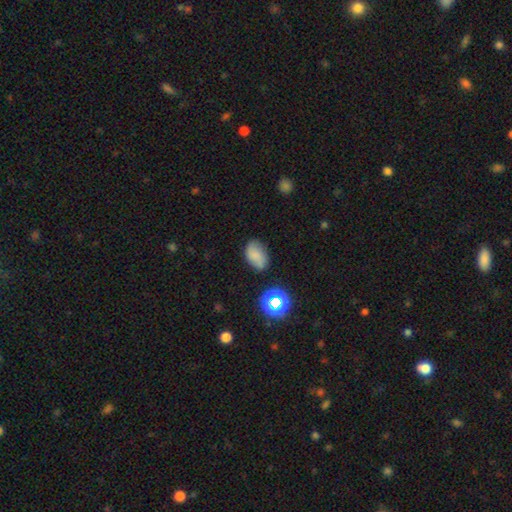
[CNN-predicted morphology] Smooth or featured?
  - smooth: 70% *
  - featured or disk: 16%
  - star or artifact: 14%
How rounded?
  - in between: 85% *
  - round: 14%
  - cigar-shaped: 1%
Merging?
  - none: 70% *
  - minor disturbance: 21%
  - major disturbance: 5%
  - merger: 4%